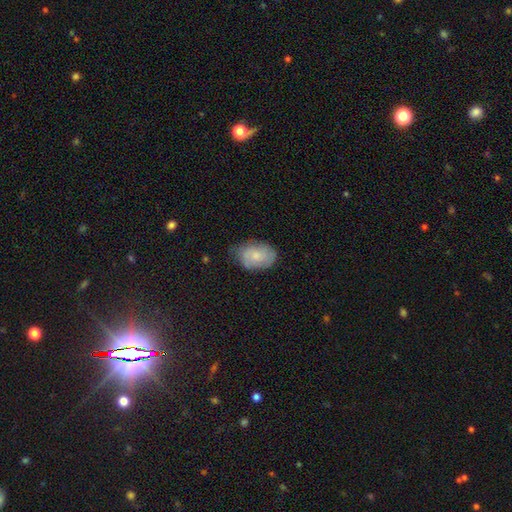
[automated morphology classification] Smooth or featured? smooth (65%)
How rounded? in between (84%)
Merging? none (61%)